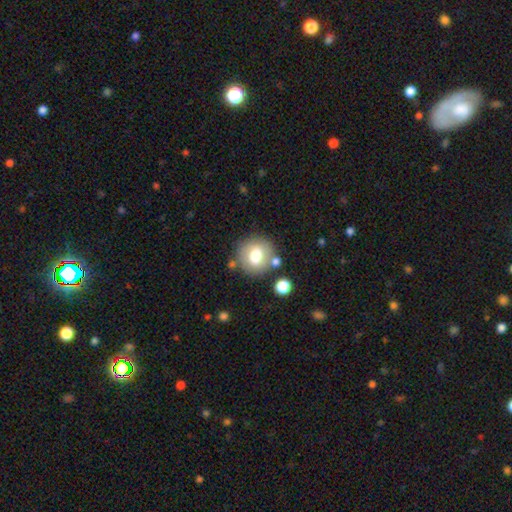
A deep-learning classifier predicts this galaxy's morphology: Smooth or featured? Predicted: smooth (p=0.71). How rounded? Predicted: round (p=0.81). Merging? Predicted: none (p=0.74).